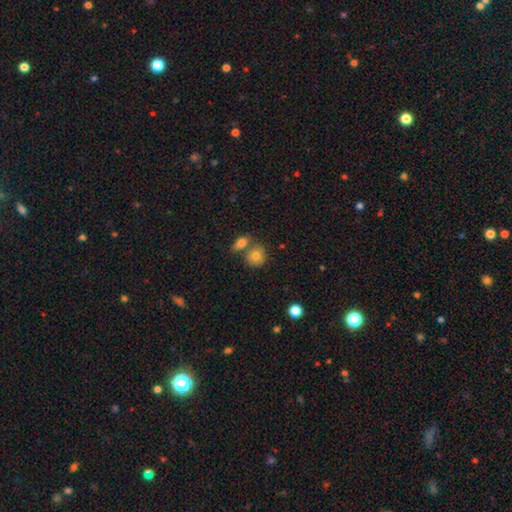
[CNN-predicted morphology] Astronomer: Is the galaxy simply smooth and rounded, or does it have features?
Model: smooth — 79%.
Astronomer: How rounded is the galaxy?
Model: round — 73%.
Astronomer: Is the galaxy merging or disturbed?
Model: none — 53% (runner-up: merger, 33%).